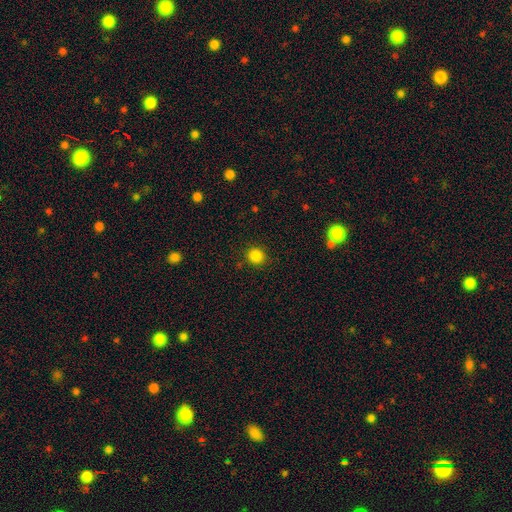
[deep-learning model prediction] A smooth galaxy with no disk features (84%) that is round (90%). Merging: none (89%).